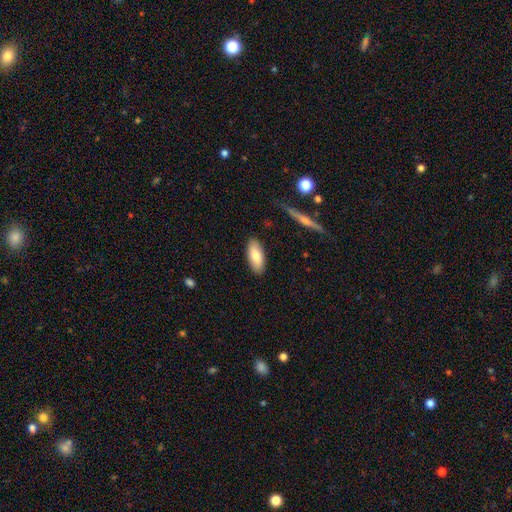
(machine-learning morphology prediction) smooth_or_featured: smooth (p=0.79) [alt: featured or disk p=0.15]
how_rounded: in between (p=0.83) [alt: cigar-shaped p=0.14]
merging: none (p=0.87) [alt: minor disturbance p=0.09]